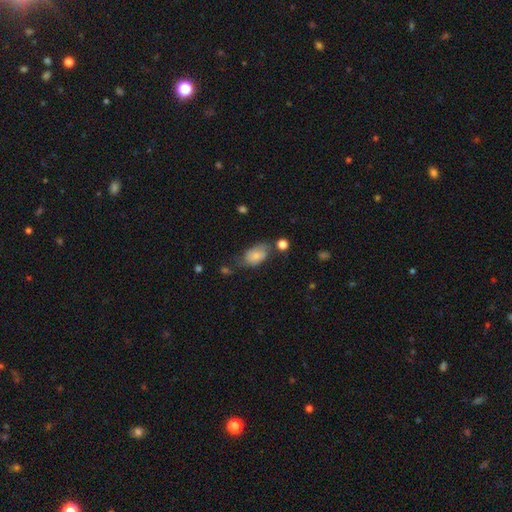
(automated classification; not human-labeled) smooth-or-featured: smooth: 61% | featured or disk: 31% | star or artifact: 8%
  how-rounded: in between: 89% | round: 9% | cigar-shaped: 2%
  merging: none: 46% | minor disturbance: 32% | major disturbance: 14% | merger: 9%